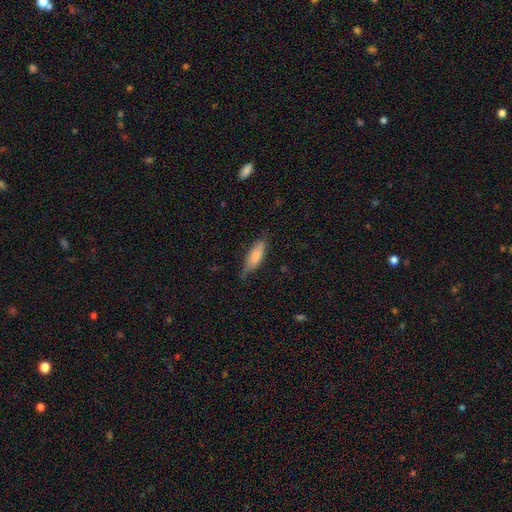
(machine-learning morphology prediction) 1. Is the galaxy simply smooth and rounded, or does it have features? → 81% smooth, 13% featured or disk, 6% star or artifact.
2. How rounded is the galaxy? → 56% in between, 42% cigar-shaped, 2% round.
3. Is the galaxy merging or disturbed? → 66% none, 27% minor disturbance, 5% major disturbance, 2% merger.